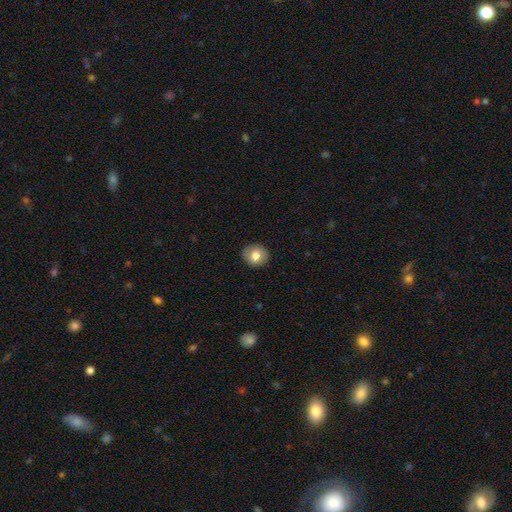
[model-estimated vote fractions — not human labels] Smooth or featured?
  - smooth: 76% *
  - featured or disk: 16%
  - star or artifact: 8%
How rounded?
  - round: 74% *
  - in between: 25%
  - cigar-shaped: 1%
Merging?
  - none: 86% *
  - minor disturbance: 11%
  - major disturbance: 3%
  - merger: 1%